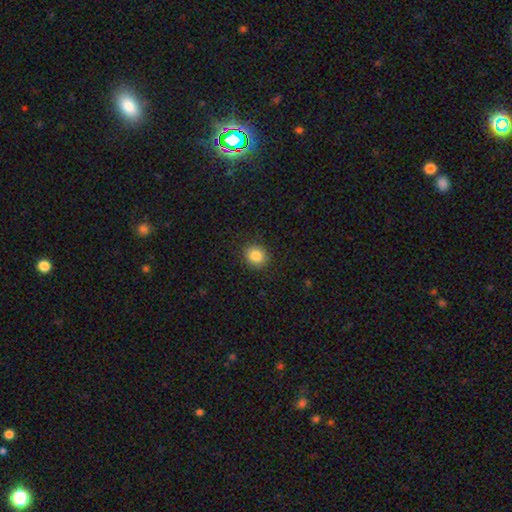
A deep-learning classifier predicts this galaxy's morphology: This appears to be a smooth galaxy with no disk features (85%) that is round (75%). Merging: none (90%).